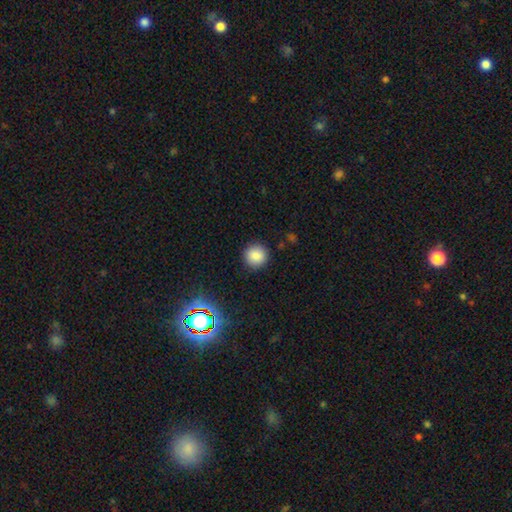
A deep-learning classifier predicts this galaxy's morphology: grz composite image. It shows a smooth galaxy with no disk features (84%) that is round (93%). Merging: none (90%).